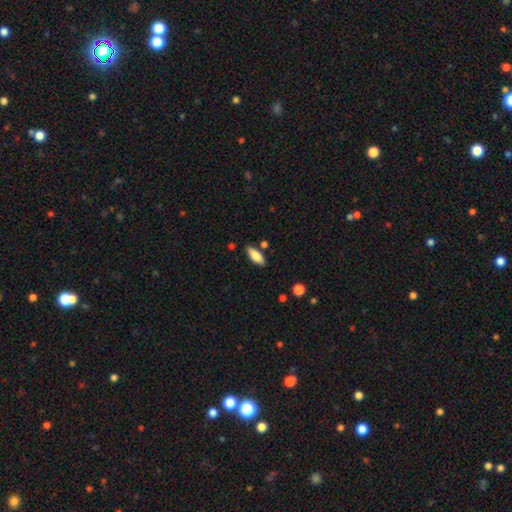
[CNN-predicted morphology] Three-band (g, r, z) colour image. It shows a smooth galaxy with no disk features (84%) that is in between round and cigar-shaped (76%). Merging: none (81%).